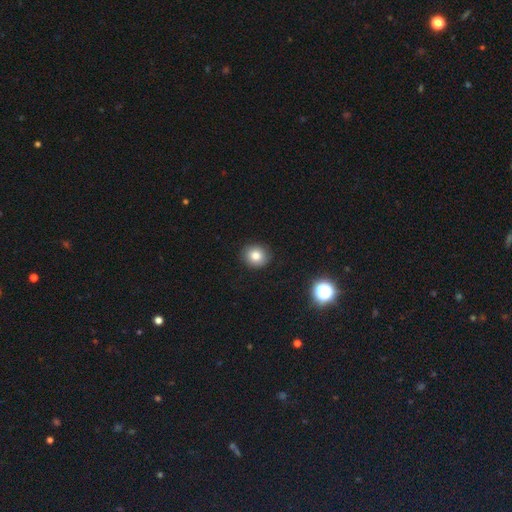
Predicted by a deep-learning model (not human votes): smooth 81%, star or artifact 11%, featured or disk 8%. Down the decision tree: how rounded — round (78%); merging — none (89%).